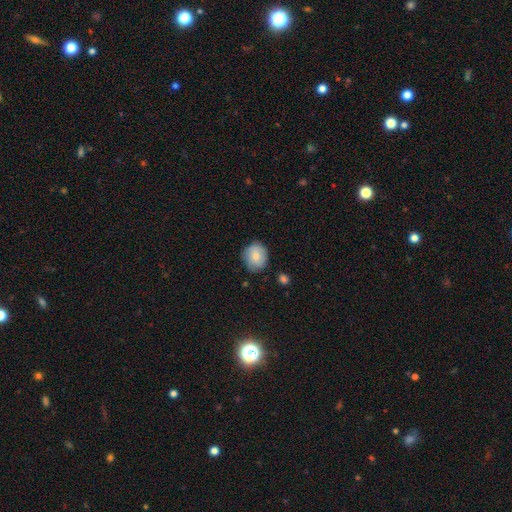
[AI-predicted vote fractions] A smooth galaxy with no disk features (75%) that is round (75%).

Vote fractions:
- Smooth or featured? smooth: 75% / featured or disk: 17% / star or artifact: 8%
- How rounded? round: 75% / in between: 25% / cigar-shaped: 1%
- Merging? none: 73% / minor disturbance: 22% / major disturbance: 4% / merger: 2%